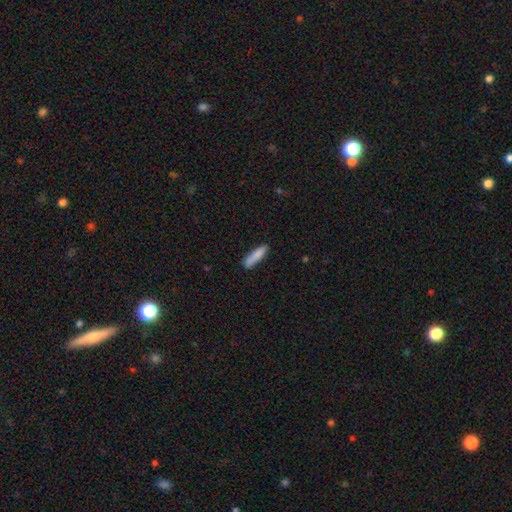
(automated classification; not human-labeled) Morphology: type=smooth (85%); roundness=cigar-shaped (75%); merging=none (83%).